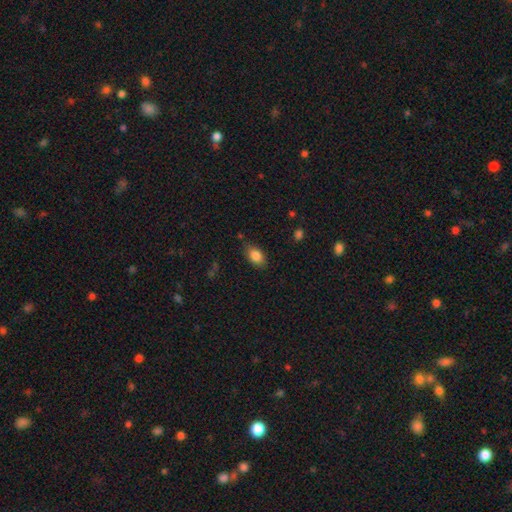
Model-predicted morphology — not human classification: Smooth or featured?
  - smooth: 85% *
  - star or artifact: 8%
  - featured or disk: 7%
How rounded?
  - in between: 87% *
  - round: 12%
  - cigar-shaped: 2%
Merging?
  - none: 80% *
  - minor disturbance: 15%
  - major disturbance: 3%
  - merger: 2%